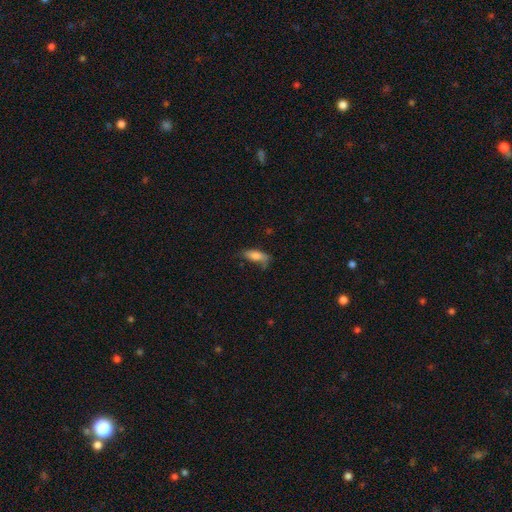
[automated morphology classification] Smooth or featured: smooth — 77% (featured or disk — 16%)
How rounded: in between — 76% (cigar-shaped — 21%)
Merging: none — 49% (minor disturbance — 32%)